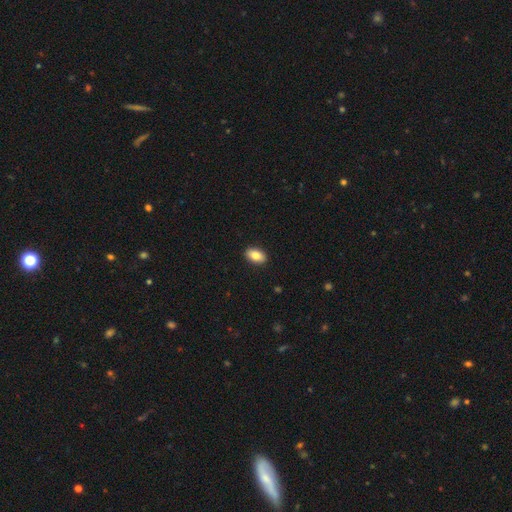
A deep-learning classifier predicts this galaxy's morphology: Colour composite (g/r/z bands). It shows a smooth galaxy with no disk features (83%) that is in between round and cigar-shaped (91%). Merging: none (91%).